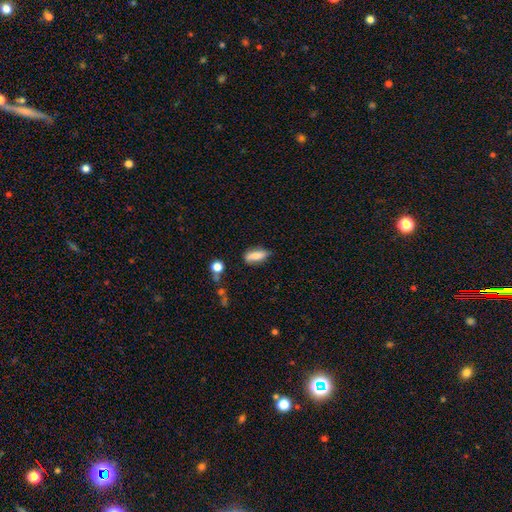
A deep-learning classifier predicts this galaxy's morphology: Smooth or featured? smooth (81%)
How rounded? in between (68%)
Merging? none (66%)